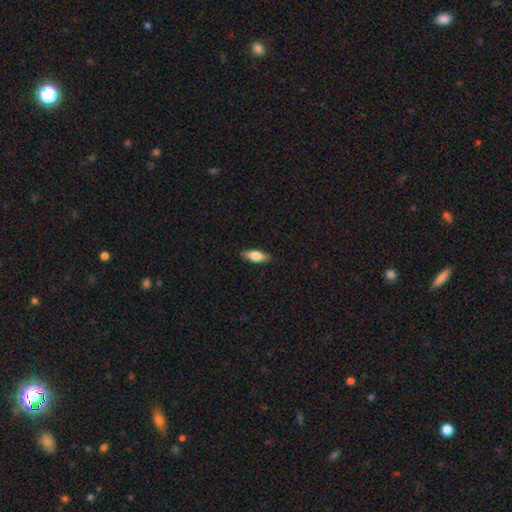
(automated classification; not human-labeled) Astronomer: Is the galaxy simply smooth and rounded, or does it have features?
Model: smooth — 69%.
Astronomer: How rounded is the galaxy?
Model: in between — 67%.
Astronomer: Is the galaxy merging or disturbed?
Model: none — 87%.